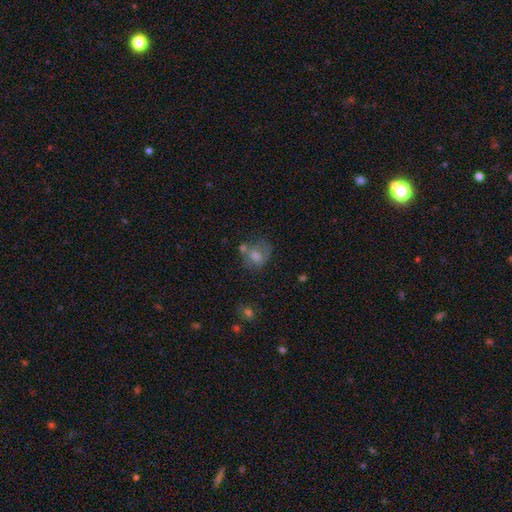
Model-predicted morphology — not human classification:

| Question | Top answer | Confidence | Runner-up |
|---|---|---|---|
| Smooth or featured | smooth | 65% | featured or disk (24%) |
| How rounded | round | 57% | in between (42%) |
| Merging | none | 42% | minor disturbance (24%) |